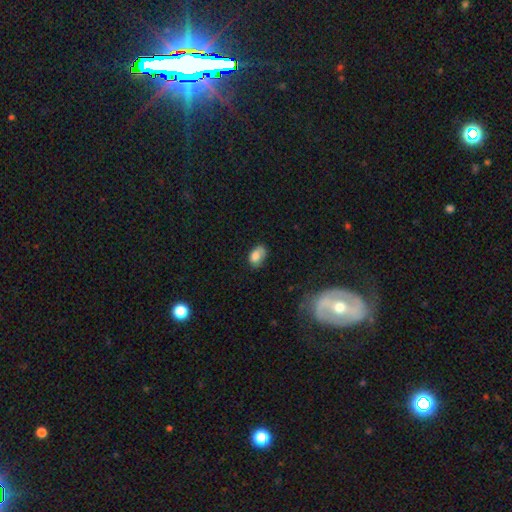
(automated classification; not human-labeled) Smooth or featured: smooth — 80% (featured or disk — 11%)
How rounded: in between — 85% (round — 14%)
Merging: none — 53% (minor disturbance — 33%)